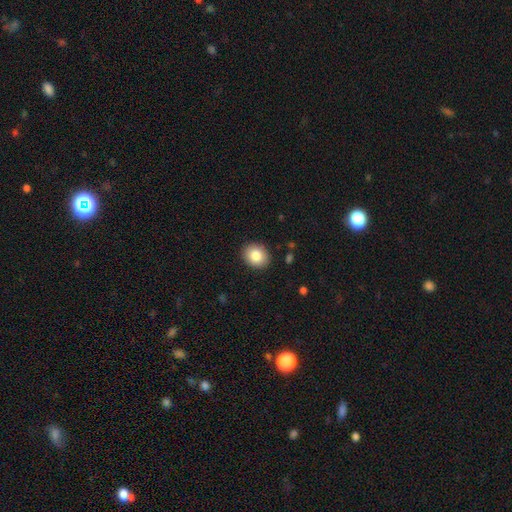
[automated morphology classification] Overall: smooth (84%). How rounded: round (60%; in between 39%). Merging: none (90%).